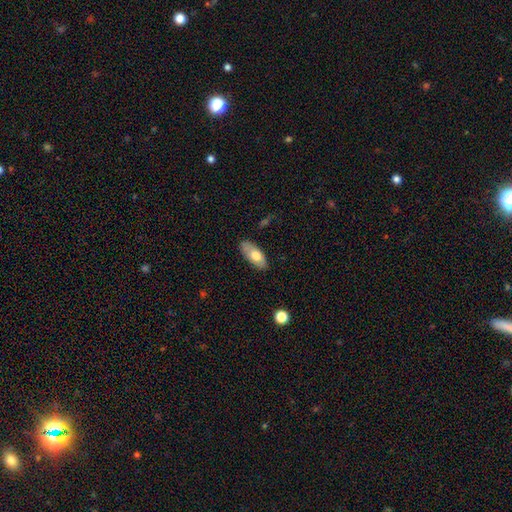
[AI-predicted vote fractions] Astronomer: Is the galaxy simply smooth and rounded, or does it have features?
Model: smooth — 70%.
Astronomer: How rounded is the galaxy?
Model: in between — 86%.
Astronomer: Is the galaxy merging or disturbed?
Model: none — 83%.